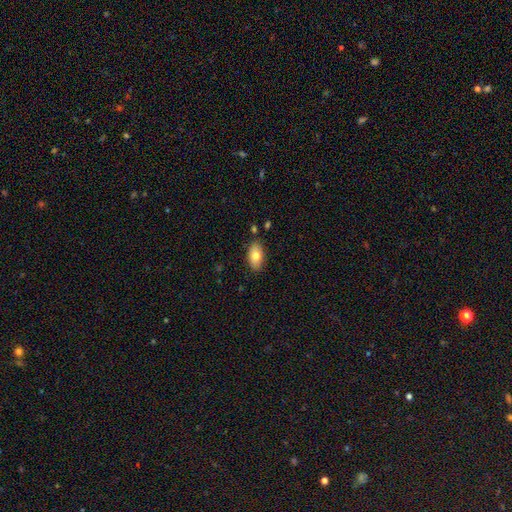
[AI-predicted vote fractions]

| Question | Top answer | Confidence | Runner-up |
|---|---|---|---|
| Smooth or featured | smooth | 78% | featured or disk (15%) |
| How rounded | in between | 91% | round (6%) |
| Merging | none | 84% | minor disturbance (11%) |